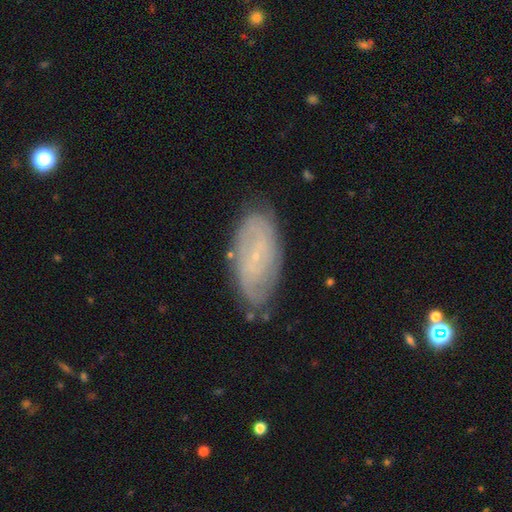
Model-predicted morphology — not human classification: Smooth or featured?
  - featured or disk: 67% *
  - smooth: 25%
  - star or artifact: 8%
Edge-on disk?
  - no: 92% *
  - yes: 8%
Bar?
  - no: 61% *
  - weak: 32%
  - strong: 7%
Spiral arms?
  - yes: 82% *
  - no: 18%
Spiral winding?
  - tight: 57% *
  - medium: 31%
  - loose: 13%
Spiral arm count?
  - can't tell: 48% *
  - 2: 32%
  - 3: 7%
  - 4: 5%
  - 1: 4%
  - more than 4: 4%
Bulge size?
  - small: 87% *
  - moderate: 7%
  - none: 5%
  - large: 1%
  - dominant: 1%
Merging?
  - none: 74% *
  - minor disturbance: 20%
  - major disturbance: 4%
  - merger: 2%